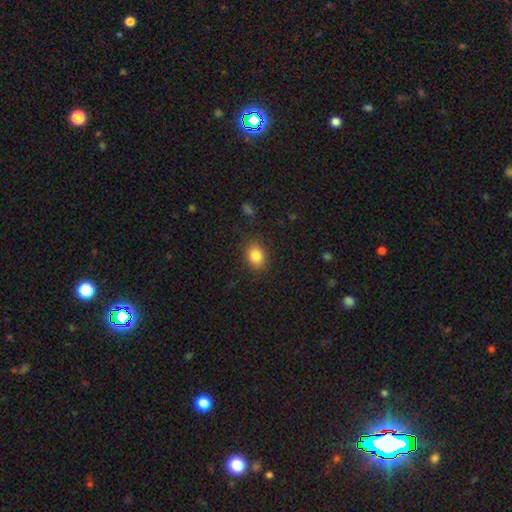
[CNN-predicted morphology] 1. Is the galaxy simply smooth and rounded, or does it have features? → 84% smooth, 10% star or artifact, 6% featured or disk.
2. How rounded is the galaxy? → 51% in between, 48% round, 1% cigar-shaped.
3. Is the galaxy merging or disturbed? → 86% none, 10% minor disturbance, 3% major disturbance, 1% merger.